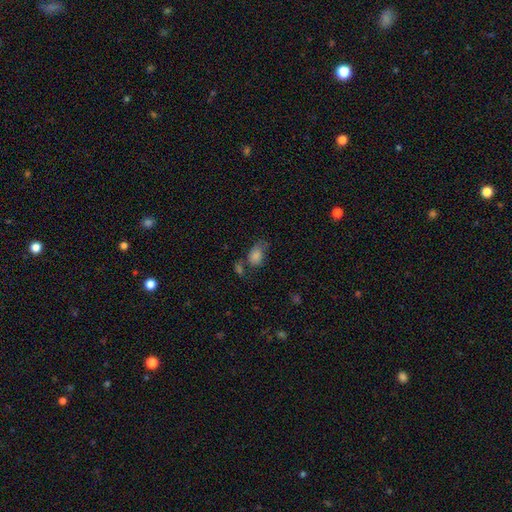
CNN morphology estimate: The model was most divided on "merging": none: 41%, minor disturbance: 25%, merger: 19%, major disturbance: 15%. More confident: how rounded — in between (79%); smooth or featured — smooth (76%).